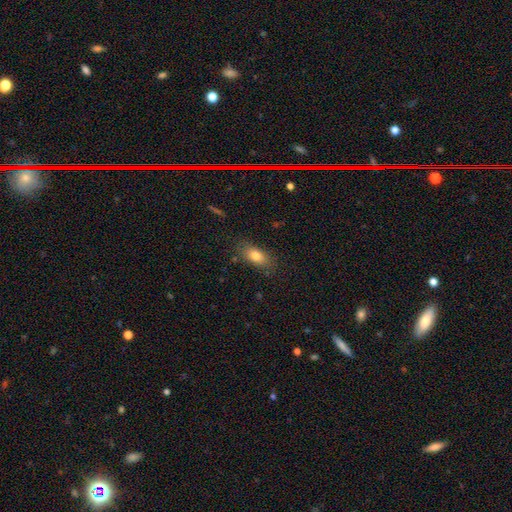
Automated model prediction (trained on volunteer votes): This is likely a smooth galaxy (79%). How rounded: clearly in between (83%). Merging: clearly none (80%).